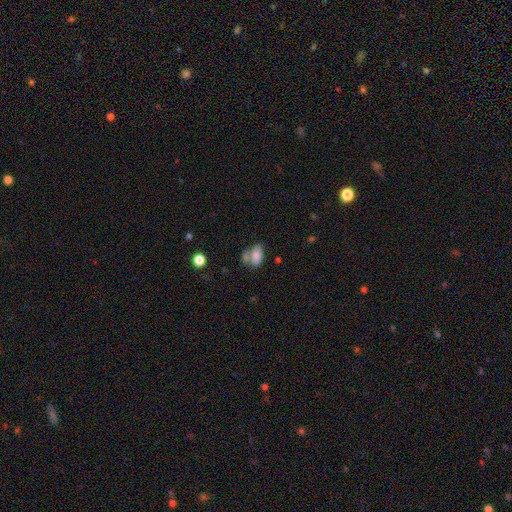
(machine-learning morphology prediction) Overall: smooth (73%). How rounded: in between (89%). Merging: merger (39%; none 31%).